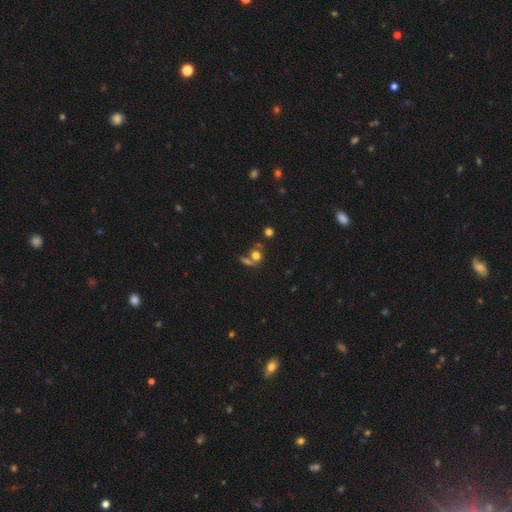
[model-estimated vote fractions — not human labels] This is likely a smooth galaxy (62%). How rounded: possibly round (60%). Merging: possibly none (46%).